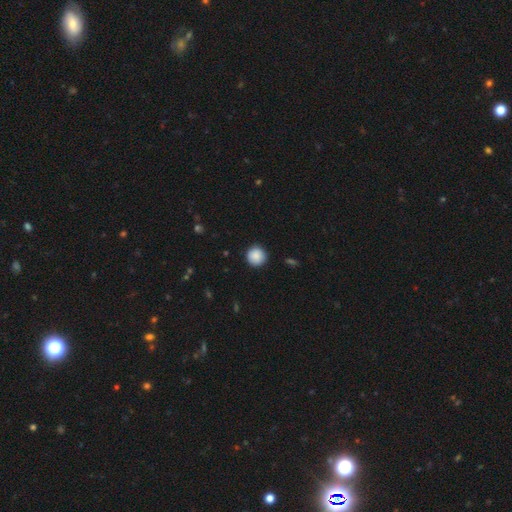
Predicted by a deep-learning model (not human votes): Morphology: type=smooth (88%); roundness=round (96%); merging=none (91%).